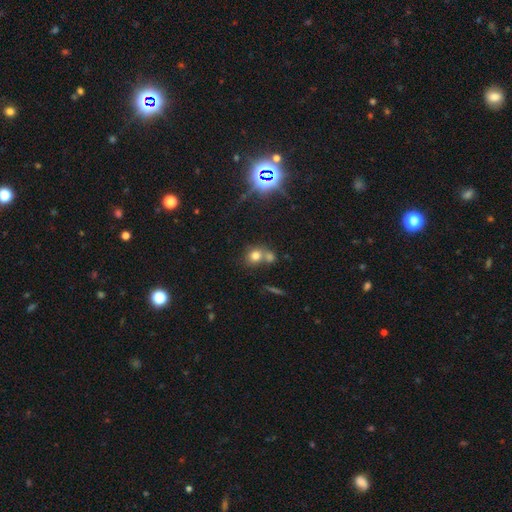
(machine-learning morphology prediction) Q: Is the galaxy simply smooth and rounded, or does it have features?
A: smooth — 71%.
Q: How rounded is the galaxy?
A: round — 78%.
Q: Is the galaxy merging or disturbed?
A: merger — 45%.